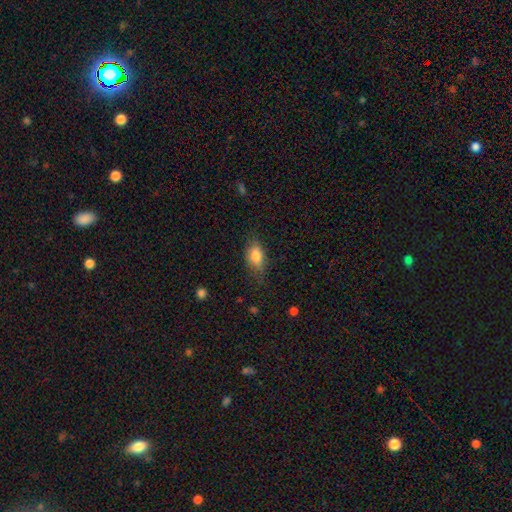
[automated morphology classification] Smooth or featured: smooth — 79% (featured or disk — 13%)
How rounded: in between — 86% (round — 8%)
Merging: none — 72% (minor disturbance — 21%)